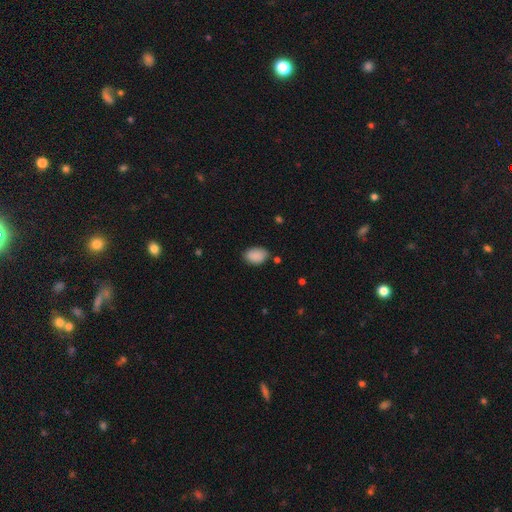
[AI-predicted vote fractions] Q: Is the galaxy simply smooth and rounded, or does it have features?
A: smooth — 89%.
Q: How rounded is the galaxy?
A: in between — 87%.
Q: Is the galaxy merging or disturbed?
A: none — 78%.